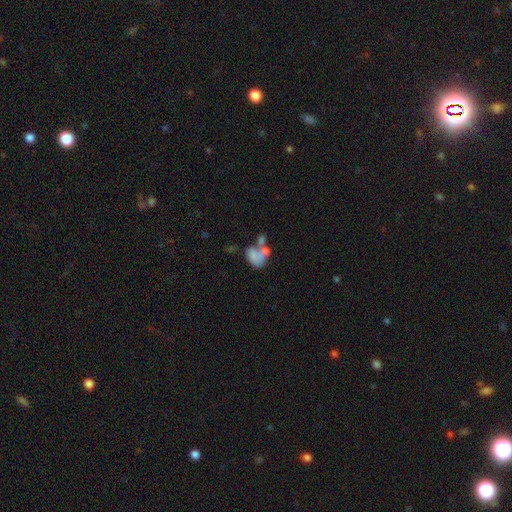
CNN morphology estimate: Smooth or featured?
  - smooth: 56% *
  - featured or disk: 33%
  - star or artifact: 11%
How rounded?
  - in between: 79% *
  - round: 19%
  - cigar-shaped: 2%
Merging?
  - merger: 50% *
  - major disturbance: 20%
  - none: 18%
  - minor disturbance: 12%